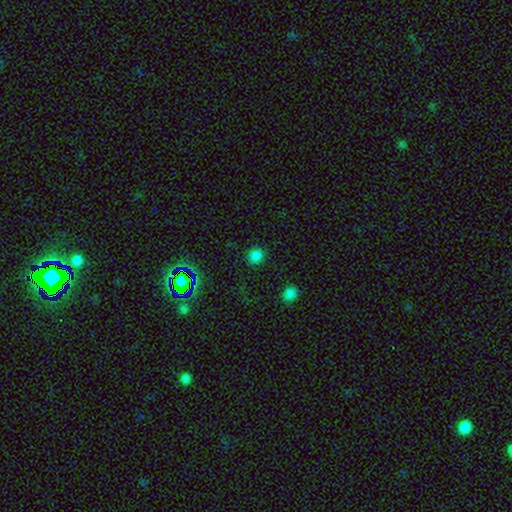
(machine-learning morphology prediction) Smooth or featured?
  - smooth: 80% *
  - star or artifact: 17%
  - featured or disk: 3%
How rounded?
  - round: 86% *
  - in between: 13%
  - cigar-shaped: 1%
Merging?
  - none: 88% *
  - minor disturbance: 8%
  - major disturbance: 3%
  - merger: 1%